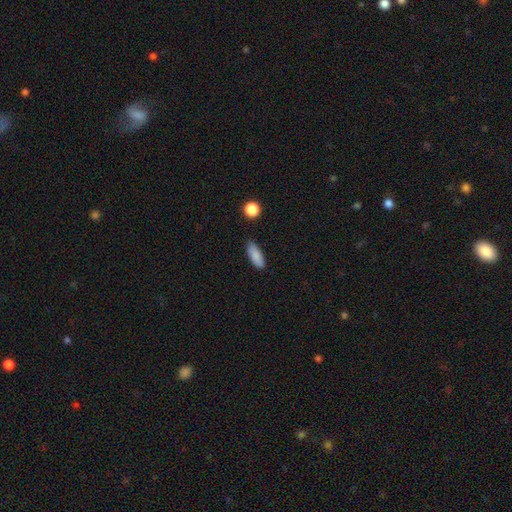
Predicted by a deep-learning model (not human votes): A smooth galaxy with no disk features (86%) that is in between round and cigar-shaped (73%).

Vote fractions:
- Smooth or featured? smooth: 86% / star or artifact: 7% / featured or disk: 7%
- How rounded? in between: 73% / cigar-shaped: 25% / round: 3%
- Merging? none: 80% / minor disturbance: 15% / major disturbance: 3% / merger: 2%